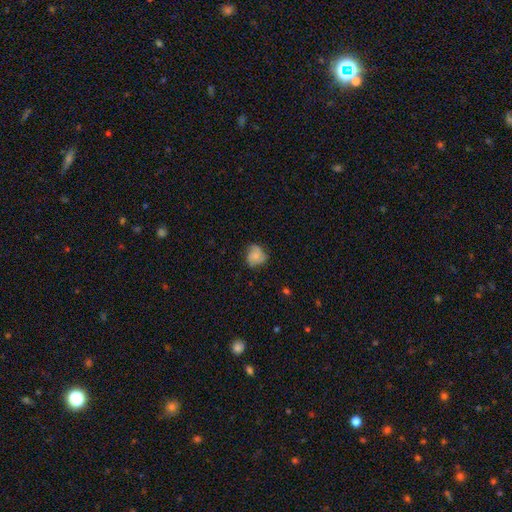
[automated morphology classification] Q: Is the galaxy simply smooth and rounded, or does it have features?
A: smooth — 55%.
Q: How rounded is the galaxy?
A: round — 71%.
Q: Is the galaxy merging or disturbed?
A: none — 62%.